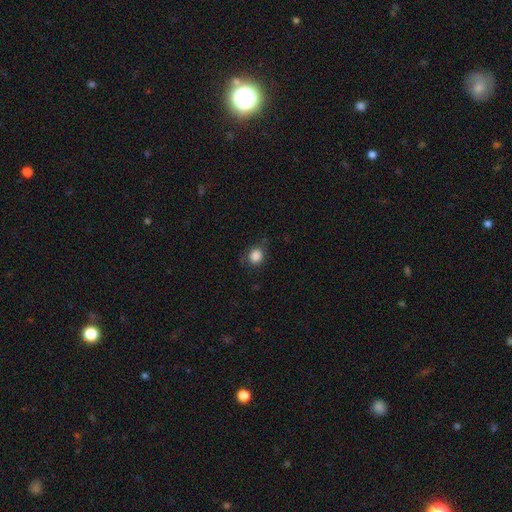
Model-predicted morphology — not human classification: smooth_or_featured: smooth (p=0.86) [alt: star or artifact p=0.10]
how_rounded: round (p=0.79) [alt: in between p=0.20]
merging: none (p=0.76) [alt: minor disturbance p=0.17]